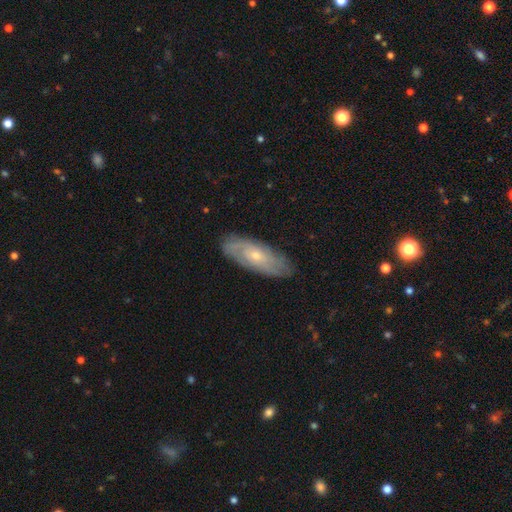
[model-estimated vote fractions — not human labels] Smooth or featured?
  - featured or disk: 65% *
  - smooth: 29%
  - star or artifact: 6%
Edge-on disk?
  - no: 83% *
  - yes: 17%
Bar?
  - no: 77% *
  - weak: 20%
  - strong: 3%
Spiral arms?
  - yes: 82% *
  - no: 18%
Bulge size?
  - small: 66% *
  - moderate: 31%
  - none: 1%
  - large: 1%
  - dominant: 1%
Merging?
  - none: 80% *
  - minor disturbance: 16%
  - major disturbance: 3%
  - merger: 1%